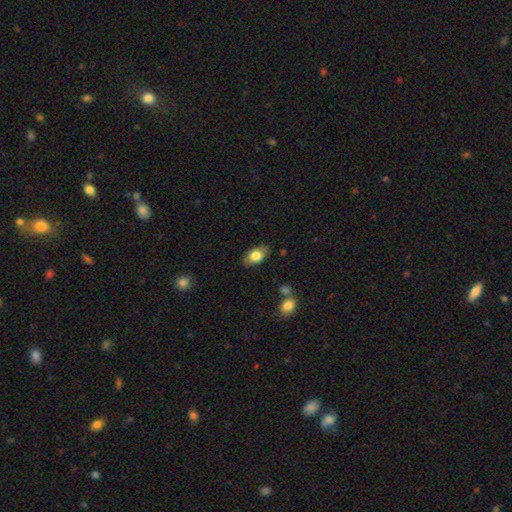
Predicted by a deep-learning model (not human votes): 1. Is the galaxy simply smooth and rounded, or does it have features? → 76% smooth, 17% featured or disk, 7% star or artifact.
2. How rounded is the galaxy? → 89% in between, 8% round, 2% cigar-shaped.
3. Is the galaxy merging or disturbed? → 83% none, 13% minor disturbance, 3% major disturbance, 1% merger.